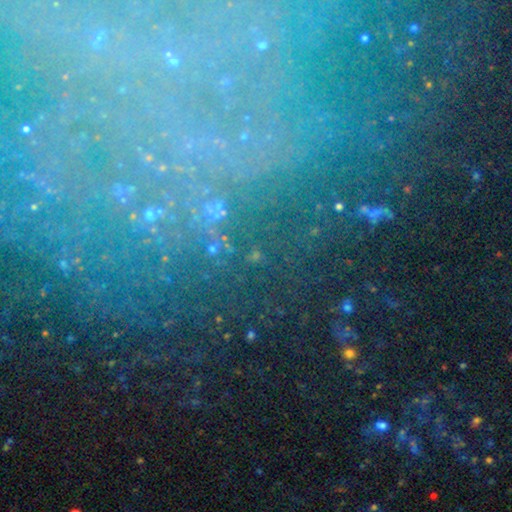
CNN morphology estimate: Overall: star or artifact (57%; featured or disk 25%).